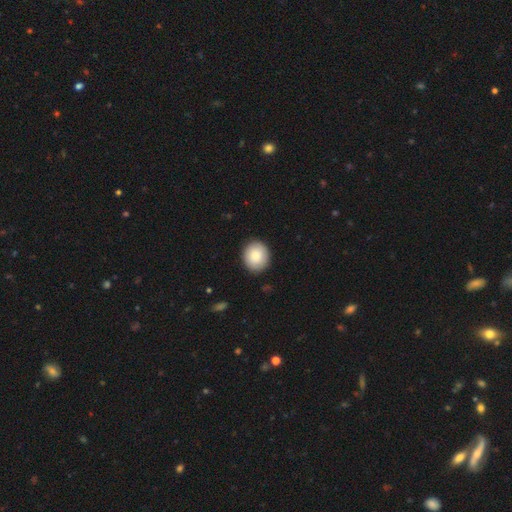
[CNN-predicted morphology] smooth 85%, featured or disk 9%, star or artifact 7%. Down the decision tree: how rounded — round (73%); merging — none (89%).